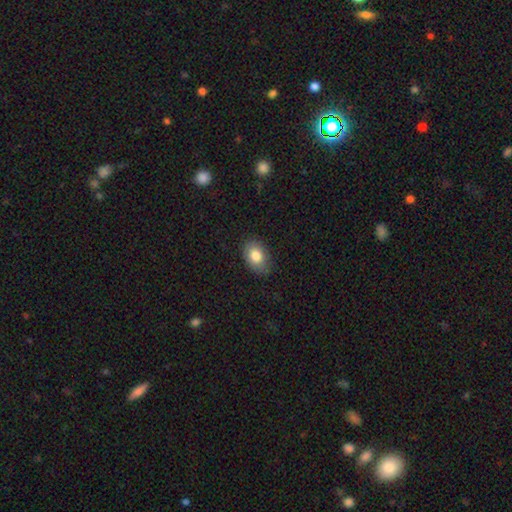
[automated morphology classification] smooth 81%, featured or disk 10%, star or artifact 8%. Down the decision tree: how rounded — in between (79%); merging — none (82%).